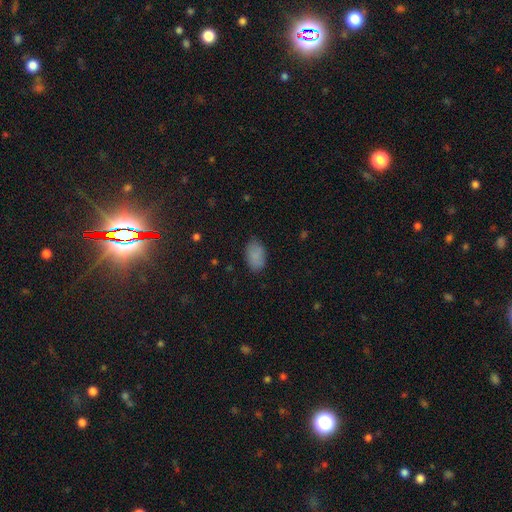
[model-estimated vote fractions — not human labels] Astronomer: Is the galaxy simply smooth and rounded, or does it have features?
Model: smooth — 86%.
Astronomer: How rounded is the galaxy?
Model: in between — 91%.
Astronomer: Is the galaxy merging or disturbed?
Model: none — 81%.